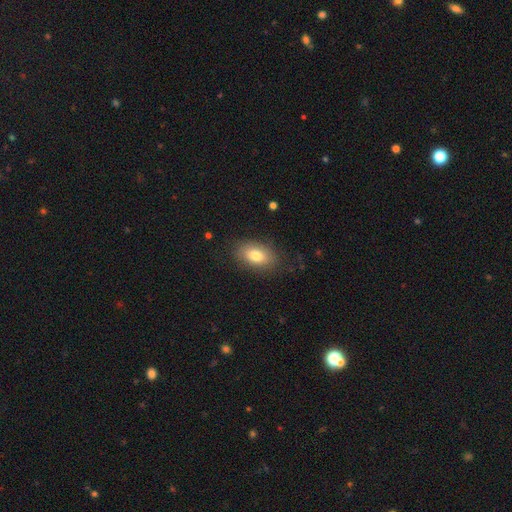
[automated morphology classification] A smooth galaxy with no disk features (79%) that is in between round and cigar-shaped (89%). Merging: none (82%).